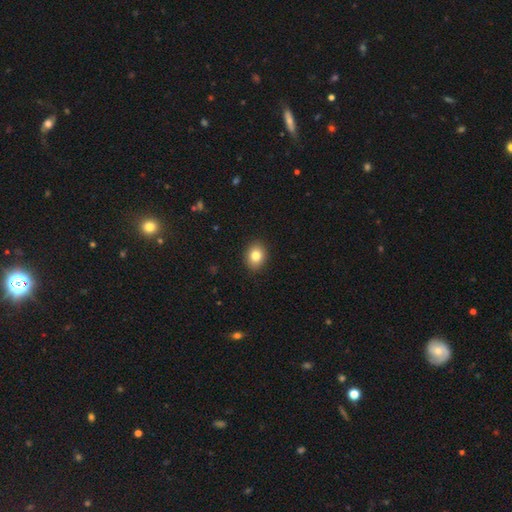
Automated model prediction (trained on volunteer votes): Smooth or featured? Predicted: smooth (p=0.82). How rounded? Predicted: round (p=0.50). Merging? Predicted: none (p=0.90).